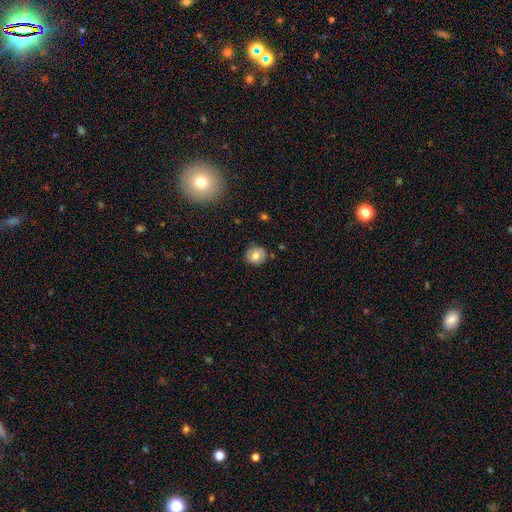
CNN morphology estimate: This appears to be a smooth galaxy with no disk features (72%) that is round (83%). Merging: none (84%).